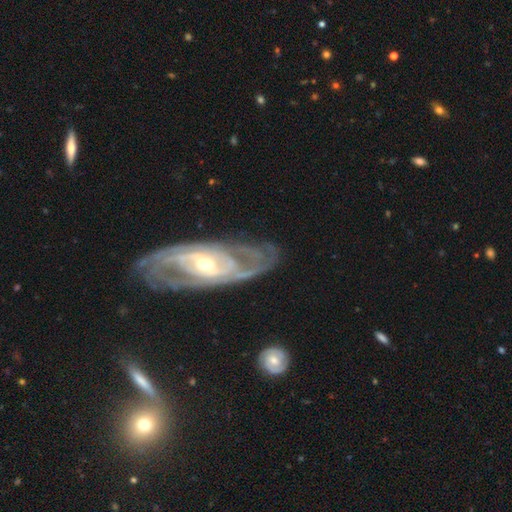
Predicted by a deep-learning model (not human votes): Smooth or featured? Predicted: featured or disk (p=0.88). Edge-on disk? Predicted: no (p=0.89). Bar? Predicted: no (p=0.46). Spiral arms? Predicted: yes (p=0.93). Spiral winding? Predicted: tight (p=0.63). Spiral arm count? Predicted: can't tell (p=0.35). Bulge size? Predicted: small (p=0.51). Merging? Predicted: none (p=0.76).